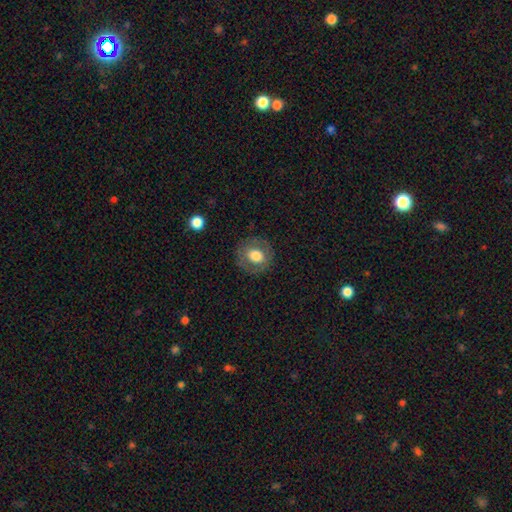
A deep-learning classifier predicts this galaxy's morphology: Smooth or featured? smooth (67%)
How rounded? round (83%)
Merging? none (83%)